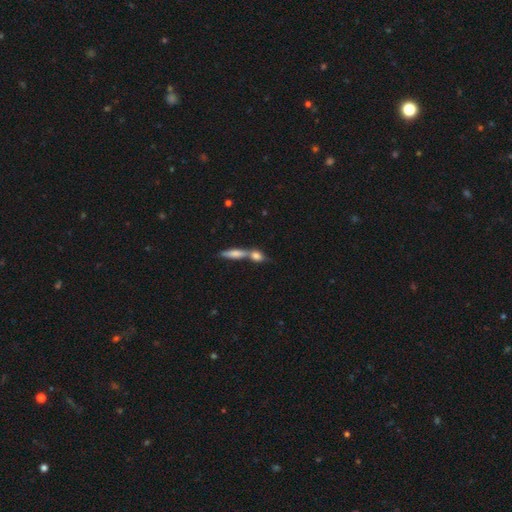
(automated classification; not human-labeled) smooth_or_featured: smooth (p=0.66) [alt: featured or disk p=0.24]
how_rounded: in between (p=0.49) [alt: cigar-shaped p=0.29]
merging: merger (p=0.55) [alt: none p=0.34]